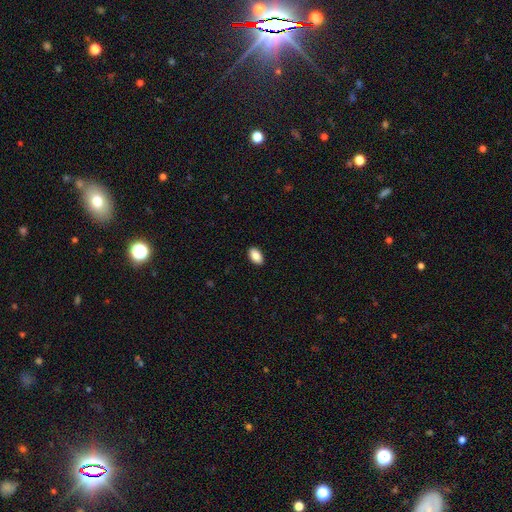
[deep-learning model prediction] The model was most divided on "smooth or featured": smooth: 89%, star or artifact: 7%, featured or disk: 4%. More confident: how rounded — in between (93%); merging — none (90%).